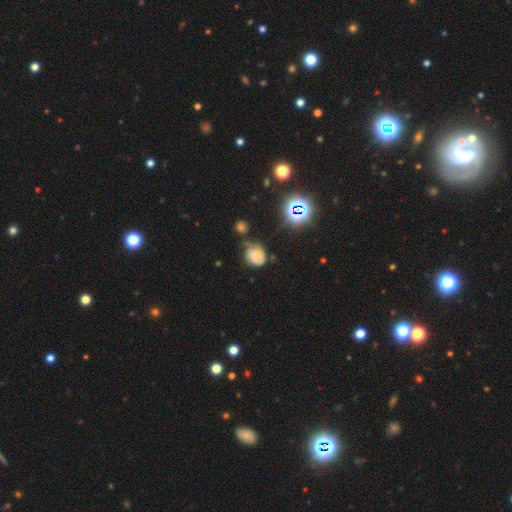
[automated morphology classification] The model was most divided on "merging": none: 39%, minor disturbance: 33%, major disturbance: 19%, merger: 9%. More confident: how rounded — round (64%); smooth or featured — smooth (52%).